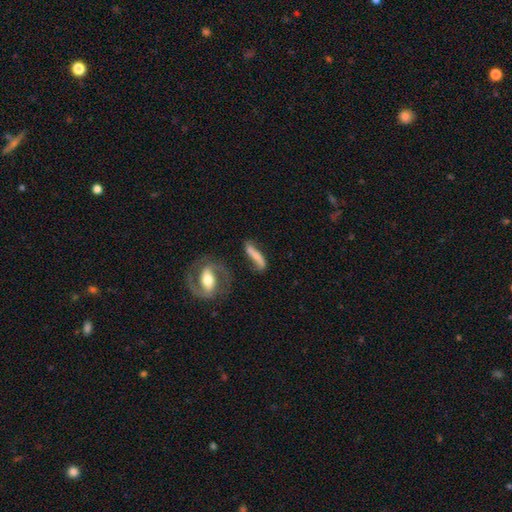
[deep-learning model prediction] Smooth or featured? featured or disk (46%, tied with smooth)
Merging? none (58%)